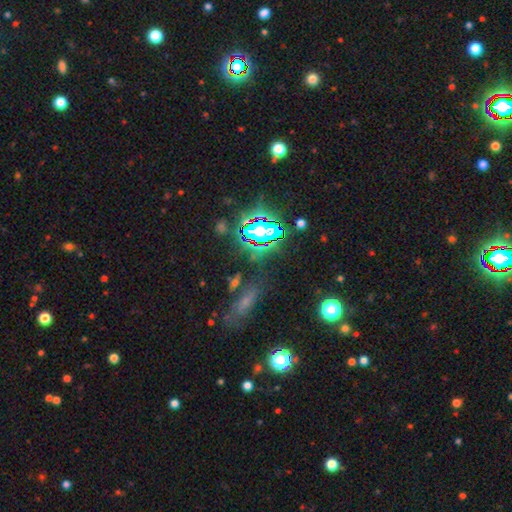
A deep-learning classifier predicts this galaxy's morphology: Smooth or featured: star or artifact — 64% (smooth — 23%)